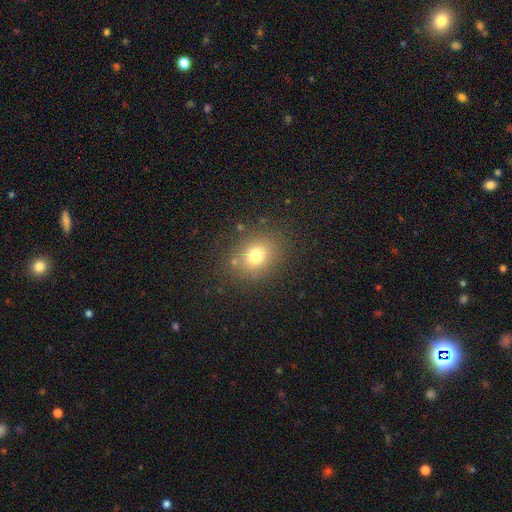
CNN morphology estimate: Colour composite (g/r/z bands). It shows a smooth galaxy with no disk features (75%) that is round (55%). Merging: none (81%).